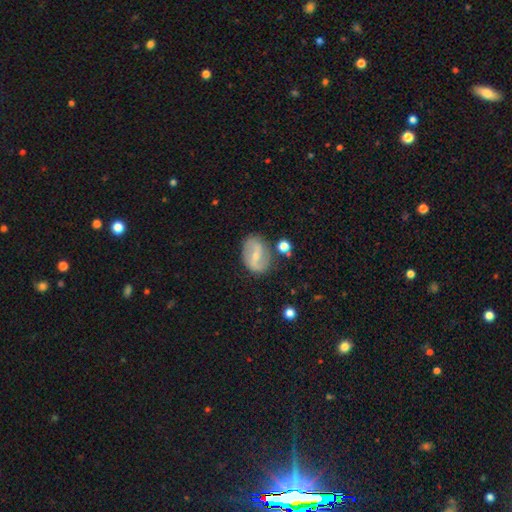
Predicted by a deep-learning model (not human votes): Overall: featured or disk (70%). Edge-on disk: no (96%). Bar: strong (41%; weak 40%). Spiral arms: yes (77%). Spiral arm count: 2 (85%). Spiral winding: loose (46%; medium 37%). Bulge size: small (62%; moderate 33%). Merging: none (75%).